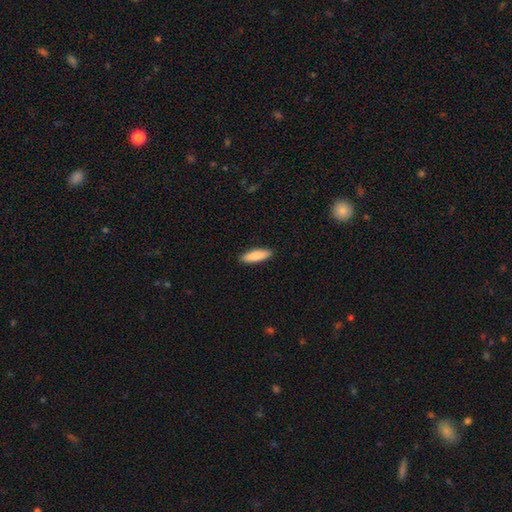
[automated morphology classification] smooth-or-featured: smooth: 86% | featured or disk: 9% | star or artifact: 5%
  how-rounded: cigar-shaped: 57% | in between: 41% | round: 2%
  merging: none: 90% | minor disturbance: 8% | major disturbance: 2% | merger: 1%